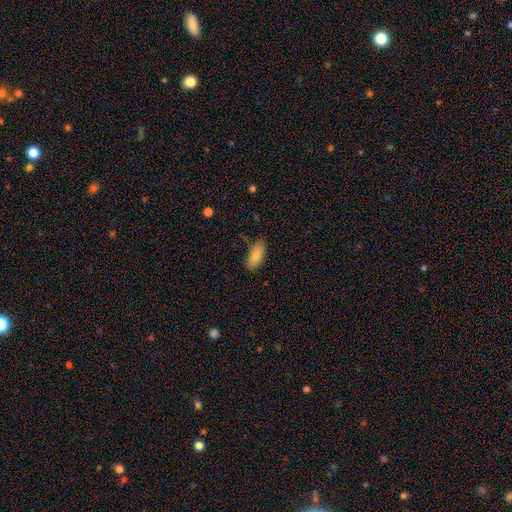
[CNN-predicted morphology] Overall: smooth (85%). How rounded: in between (86%). Merging: none (79%).